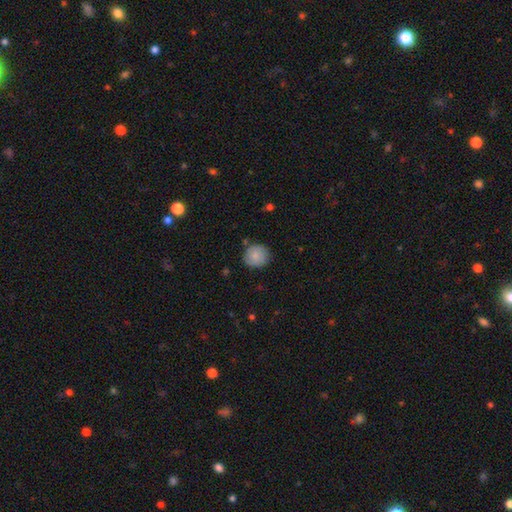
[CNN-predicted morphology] Smooth or featured: smooth — 83% (featured or disk — 10%)
How rounded: round — 88% (in between — 11%)
Merging: none — 81% (minor disturbance — 13%)